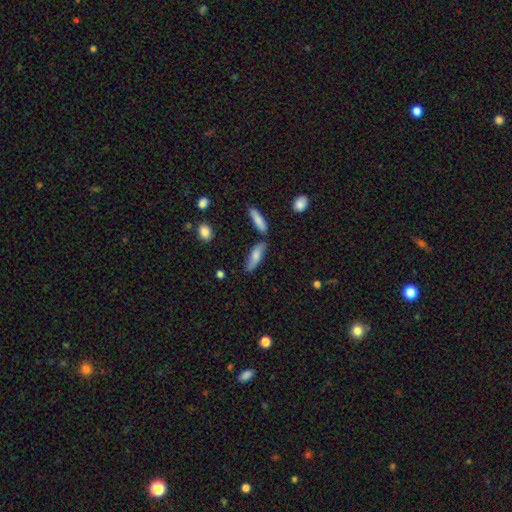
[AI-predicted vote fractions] Morphology: type=smooth (64%); roundness=cigar-shaped (49%); merging=none (70%).